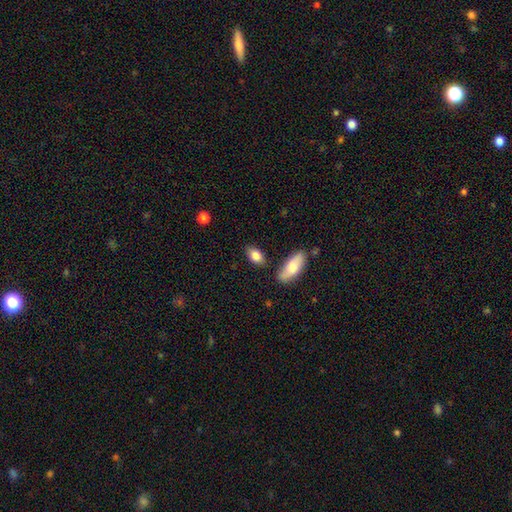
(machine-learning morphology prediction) This appears to be a smooth galaxy with no disk features (84%) that is in between round and cigar-shaped (89%). Merging: none (78%).